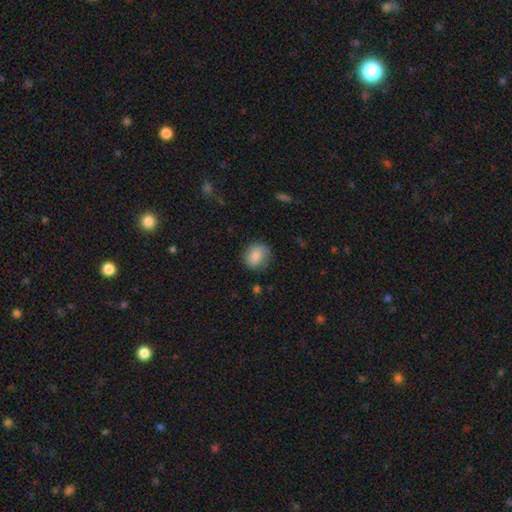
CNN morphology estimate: This is clearly a smooth galaxy (81%). How rounded: likely round (75%). Merging: likely none (77%).